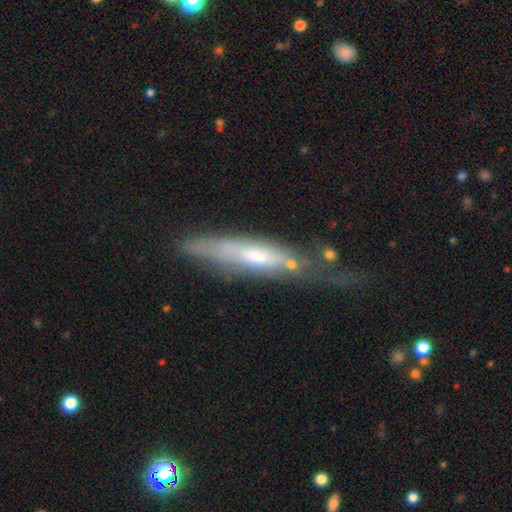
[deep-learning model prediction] This is possibly a featured or disk galaxy (58%). It is likely viewed edge-on (61%). Merging: marginally none (34%).